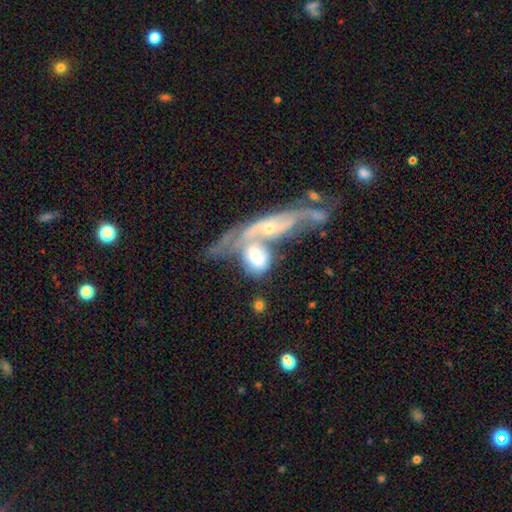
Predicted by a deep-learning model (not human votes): The model was most divided on "smooth or featured": featured or disk: 48%, smooth: 44%, star or artifact: 8%. More confident: merging — merger (69%).